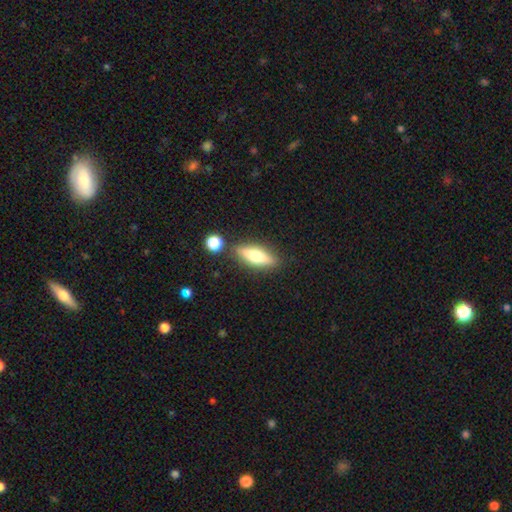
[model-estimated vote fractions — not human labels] This is possibly a smooth galaxy (50%). Merging: clearly none (83%).